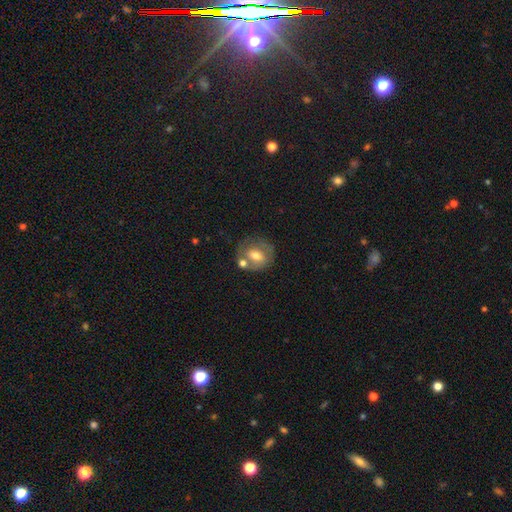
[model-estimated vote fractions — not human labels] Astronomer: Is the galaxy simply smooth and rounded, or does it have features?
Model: smooth — 56% (runner-up: featured or disk, 35%).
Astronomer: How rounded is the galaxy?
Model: round — 69%.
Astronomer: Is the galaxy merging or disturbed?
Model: none — 55%.